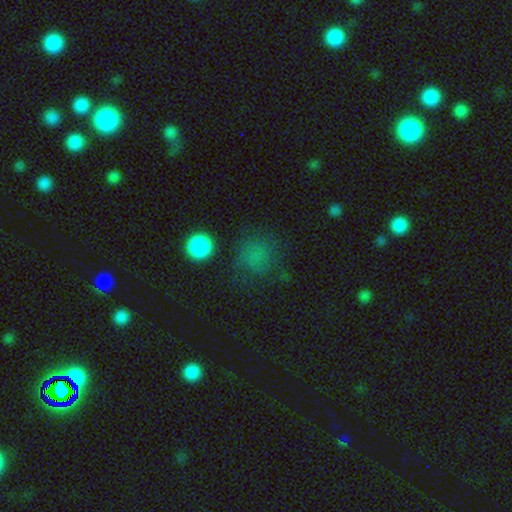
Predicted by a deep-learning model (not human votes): A smooth galaxy with no disk features (71%) that is round (85%). Merging: none (71%).